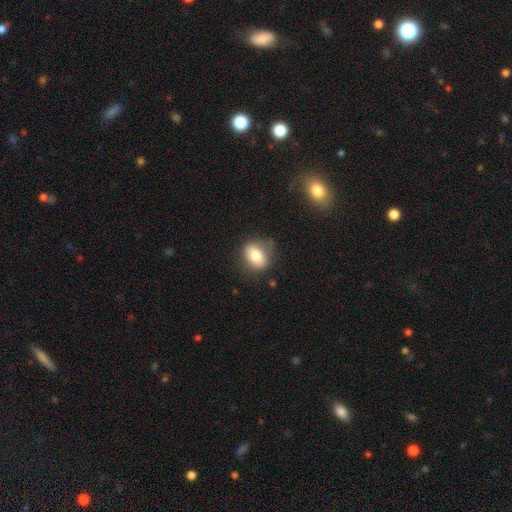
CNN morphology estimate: The model was most divided on "how rounded": in between: 64%, round: 34%, cigar-shaped: 2%. More confident: merging — none (76%); smooth or featured — smooth (74%).